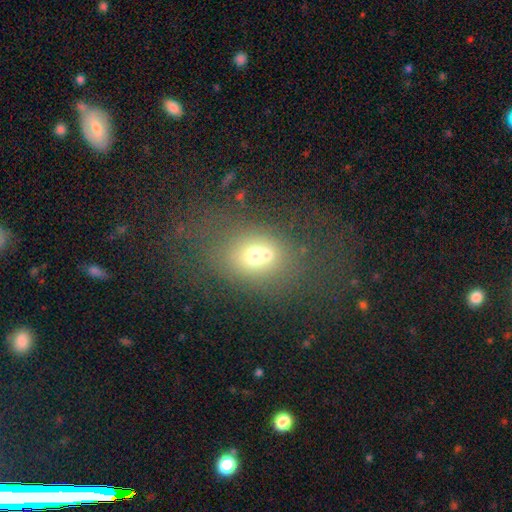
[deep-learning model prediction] smooth_or_featured: smooth (p=0.61) [alt: featured or disk p=0.23]
how_rounded: in between (p=0.50) [alt: round p=0.49]
merging: merger (p=0.43) [alt: none p=0.36]